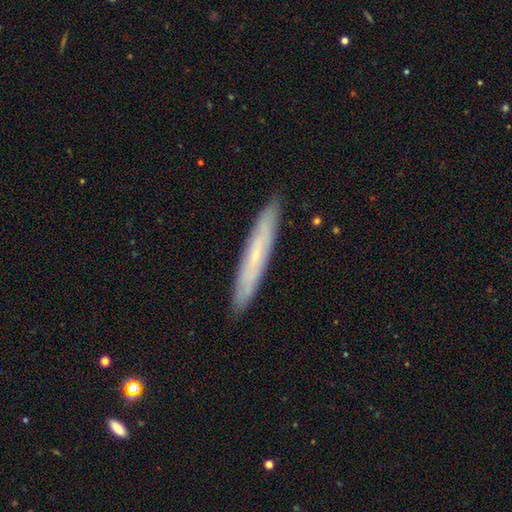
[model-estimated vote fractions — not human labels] This is possibly a featured or disk galaxy (53%). It is likely viewed edge-on (79%). Merging: clearly none (91%).